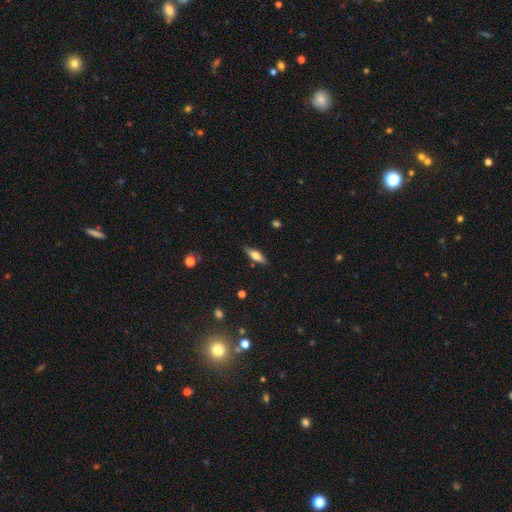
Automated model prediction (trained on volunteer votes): Smooth or featured: smooth — 62% (featured or disk — 31%)
How rounded: in between — 53% (cigar-shaped — 44%)
Merging: none — 85% (minor disturbance — 11%)